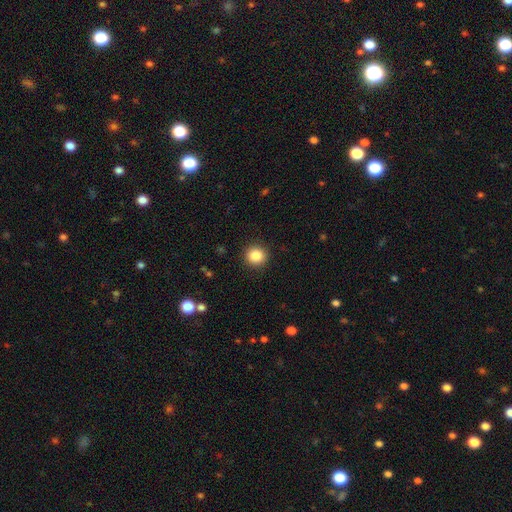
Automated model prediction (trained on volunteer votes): smooth-or-featured: smooth: 85% | star or artifact: 10% | featured or disk: 5%
  how-rounded: round: 93% | in between: 6% | cigar-shaped: 1%
  merging: none: 92% | minor disturbance: 5% | major disturbance: 2% | merger: 1%